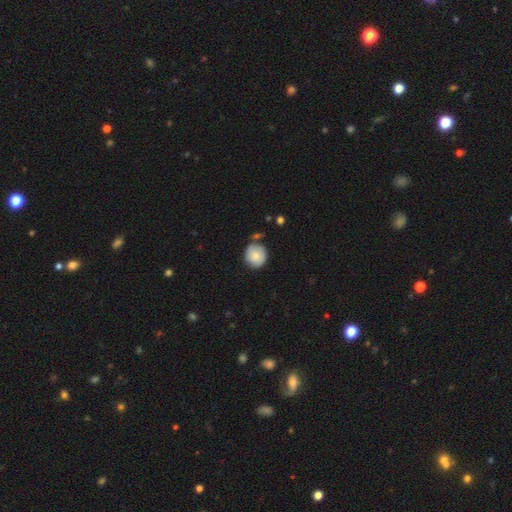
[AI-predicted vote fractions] A smooth galaxy with no disk features (79%) that is round (86%). Merging: none (71%).